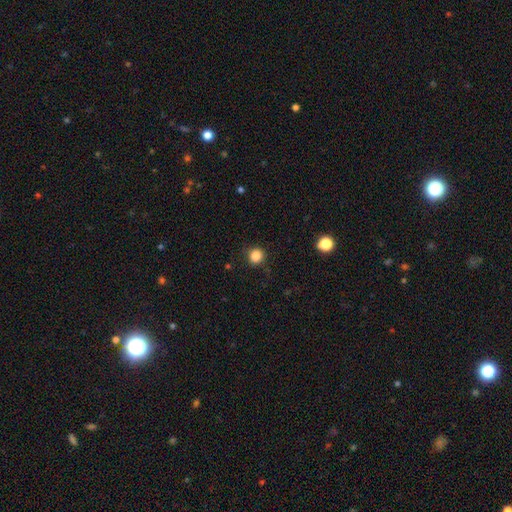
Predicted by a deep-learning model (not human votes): Smooth or featured? smooth (85%)
How rounded? round (88%)
Merging? none (87%)